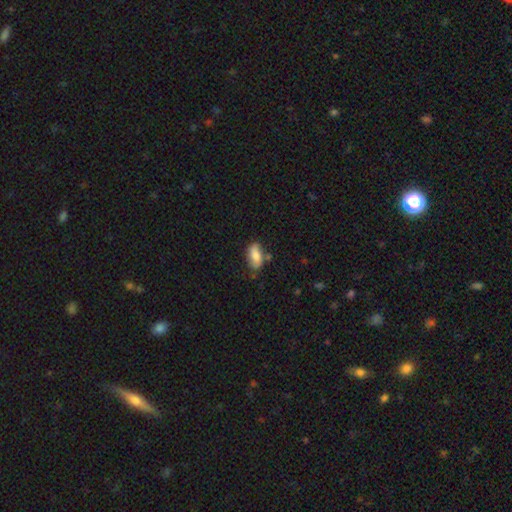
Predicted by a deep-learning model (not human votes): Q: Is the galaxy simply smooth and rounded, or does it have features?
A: smooth — 71%.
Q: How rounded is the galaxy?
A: in between — 88%.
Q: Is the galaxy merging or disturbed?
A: none — 66%.